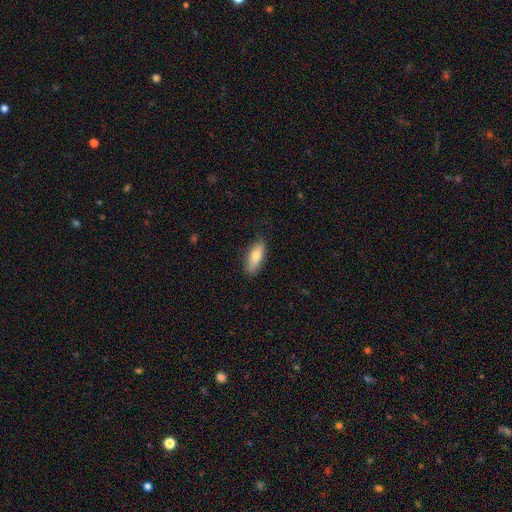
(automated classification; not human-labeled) The model was most divided on "how rounded": in between: 67%, cigar-shaped: 31%, round: 2%. More confident: merging — none (84%); smooth or featured — smooth (75%).